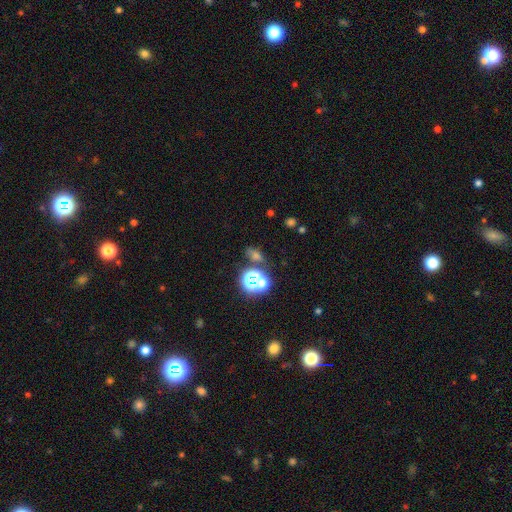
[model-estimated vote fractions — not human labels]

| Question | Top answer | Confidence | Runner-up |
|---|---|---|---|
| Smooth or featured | smooth | 49% | star or artifact (36%) |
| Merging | none | 61% | merger (19%) |